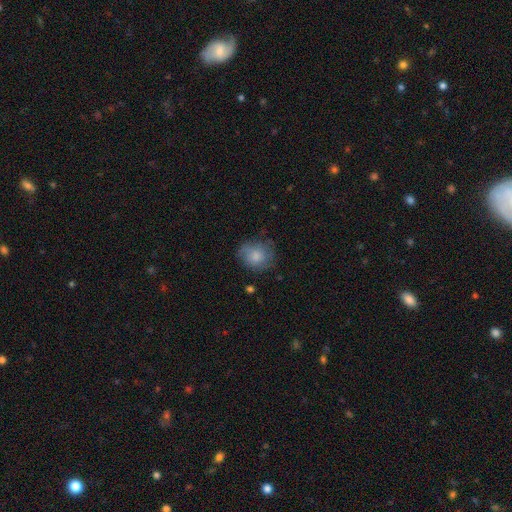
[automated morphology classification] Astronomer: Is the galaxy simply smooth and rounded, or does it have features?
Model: smooth — 71%.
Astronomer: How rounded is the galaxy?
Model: round — 72%.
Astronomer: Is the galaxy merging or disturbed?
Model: none — 61%.